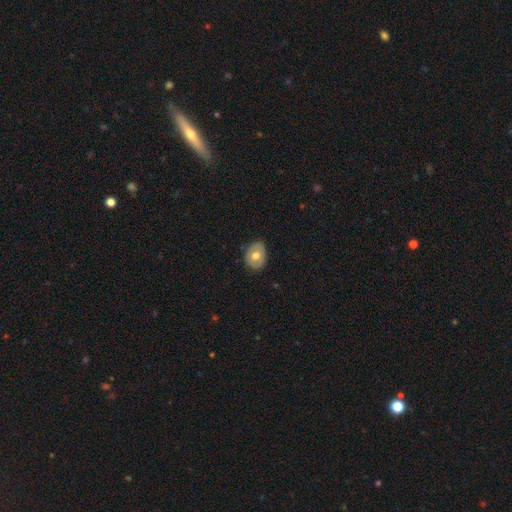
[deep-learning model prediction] This appears to be a smooth galaxy with no disk features (59%) that is in between round and cigar-shaped (61%). Merging: none (79%).